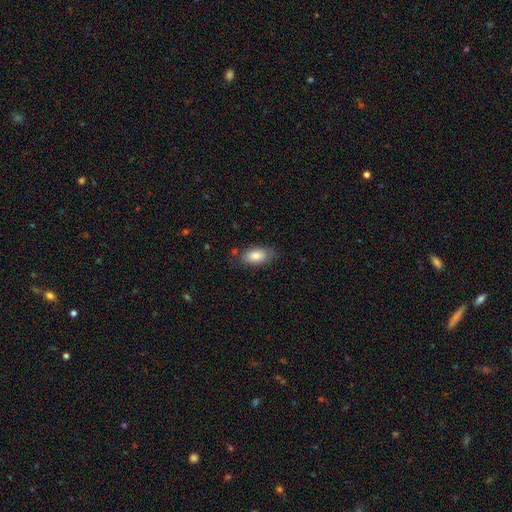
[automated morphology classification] A smooth galaxy with no disk features (83%) that is in between round and cigar-shaped (92%). Merging: none (76%).